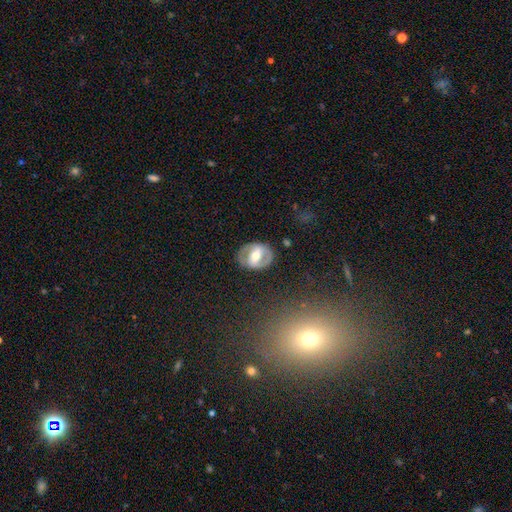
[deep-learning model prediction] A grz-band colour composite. It shows a featured or disk galaxy (67%) with a strong bar (57%), no spiral arms (56%) and a moderate central bulge (70%). Merging: none (79%).